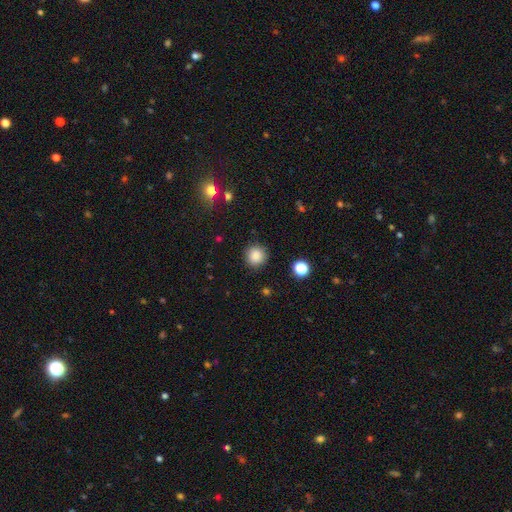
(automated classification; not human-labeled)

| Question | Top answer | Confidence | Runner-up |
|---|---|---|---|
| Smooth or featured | smooth | 86% | star or artifact (10%) |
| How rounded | round | 93% | in between (6%) |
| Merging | none | 89% | minor disturbance (7%) |